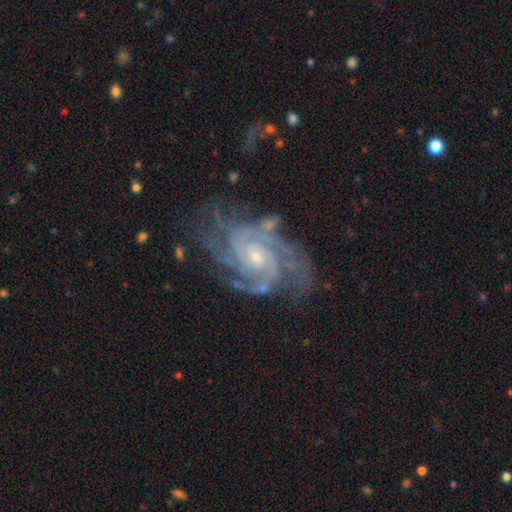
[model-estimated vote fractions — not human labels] Morphology: type=featured or disk (91%); edge-on=no (97%); bar=no (68%); spiral arms=yes (98%); winding=tight (64%); arm count=3 (27%); bulge=small (69%); merging=none (67%).